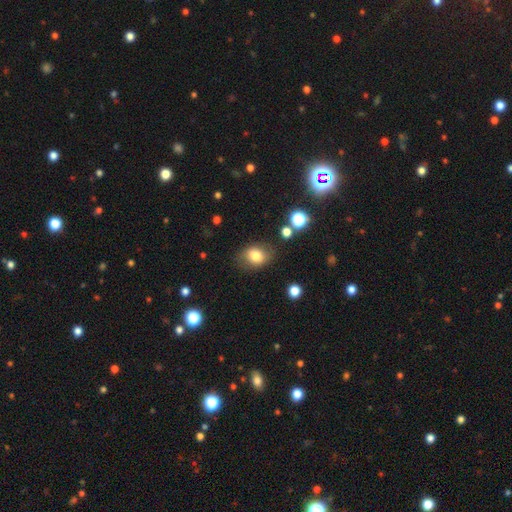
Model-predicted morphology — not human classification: This is likely a smooth galaxy (77%). How rounded: likely in between (62%). Merging: likely none (76%).